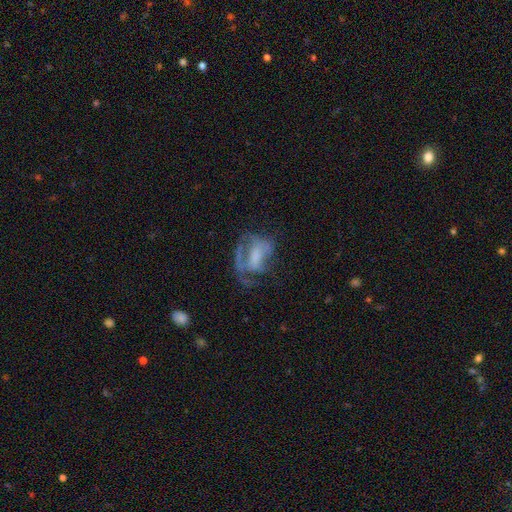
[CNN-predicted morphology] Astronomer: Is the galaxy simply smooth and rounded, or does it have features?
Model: featured or disk — 61%.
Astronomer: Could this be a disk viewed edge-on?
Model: no — 96%.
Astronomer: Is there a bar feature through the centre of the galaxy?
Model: no — 51% (runner-up: weak, 33%).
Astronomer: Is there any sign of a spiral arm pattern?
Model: yes — 54% (runner-up: no, 46%).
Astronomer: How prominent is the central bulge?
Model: none — 36% (runner-up: moderate, 27%).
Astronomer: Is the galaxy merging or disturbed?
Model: major disturbance — 43% (runner-up: none, 33%).